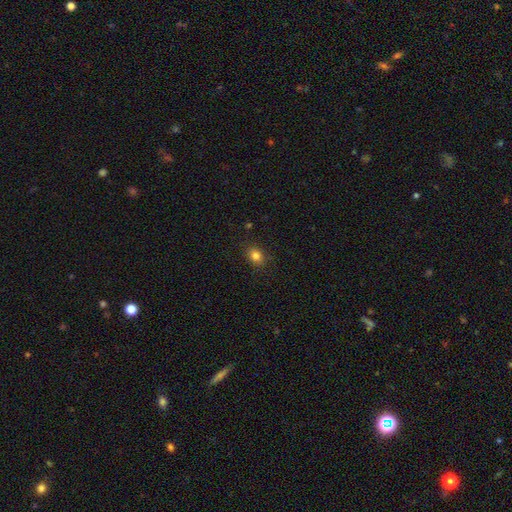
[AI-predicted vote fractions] Smooth or featured?
  - smooth: 82% *
  - star or artifact: 12%
  - featured or disk: 6%
How rounded?
  - in between: 52% *
  - round: 47%
  - cigar-shaped: 1%
Merging?
  - none: 88% *
  - minor disturbance: 9%
  - major disturbance: 2%
  - merger: 1%